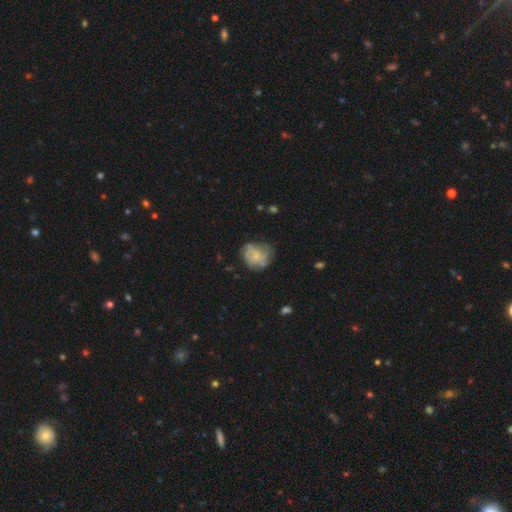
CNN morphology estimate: smooth-or-featured: featured or disk: 49% | smooth: 42% | star or artifact: 9%
  merging: none: 54% | minor disturbance: 26% | major disturbance: 17% | merger: 3%